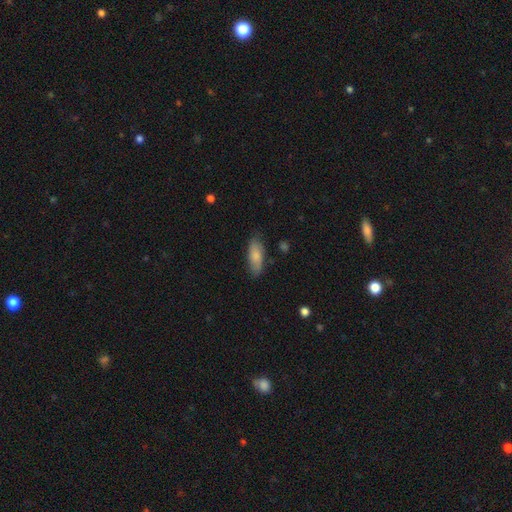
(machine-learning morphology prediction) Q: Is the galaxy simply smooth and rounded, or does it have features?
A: smooth — 77%.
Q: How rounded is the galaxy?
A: in between — 75%.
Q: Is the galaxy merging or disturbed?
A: none — 80%.